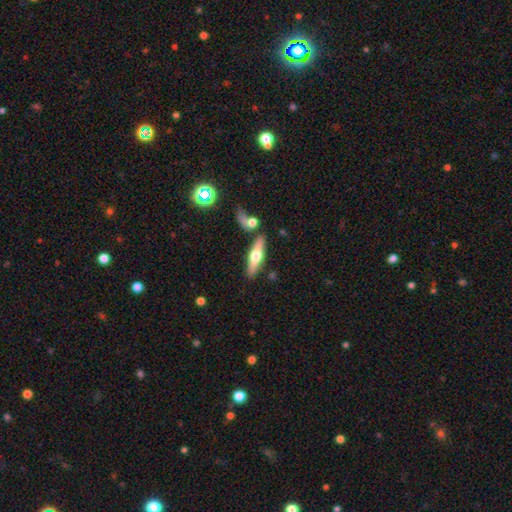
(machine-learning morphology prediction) This is possibly a featured or disk galaxy (54%). It is clearly viewed edge-on (91%). Merging: likely none (77%).